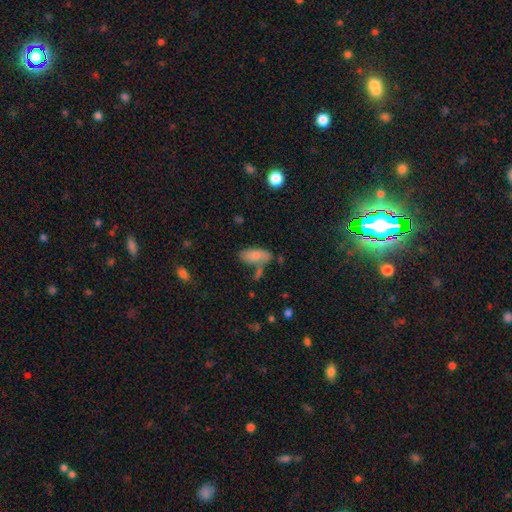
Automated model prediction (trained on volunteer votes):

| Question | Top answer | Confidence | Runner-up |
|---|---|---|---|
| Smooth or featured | smooth | 77% | featured or disk (15%) |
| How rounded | in between | 88% | cigar-shaped (10%) |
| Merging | none | 54% | minor disturbance (21%) |